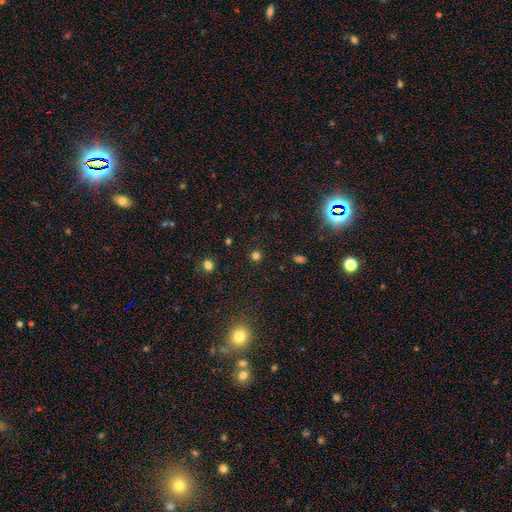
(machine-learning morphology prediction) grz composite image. It shows a smooth galaxy with no disk features (75%) that is round (92%). Merging: none (90%).